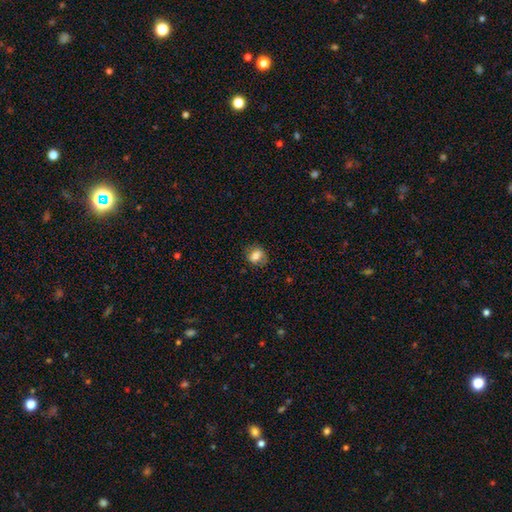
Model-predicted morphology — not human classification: The model was most divided on "how rounded": in between: 52%, round: 47%, cigar-shaped: 2%. More confident: merging — none (74%); smooth or featured — smooth (72%).